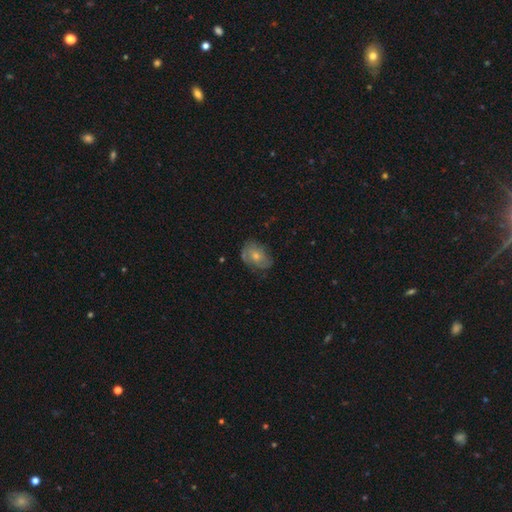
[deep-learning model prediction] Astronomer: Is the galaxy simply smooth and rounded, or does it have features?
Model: smooth — 48% (runner-up: featured or disk, 44%).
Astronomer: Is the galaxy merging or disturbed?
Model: none — 63%.